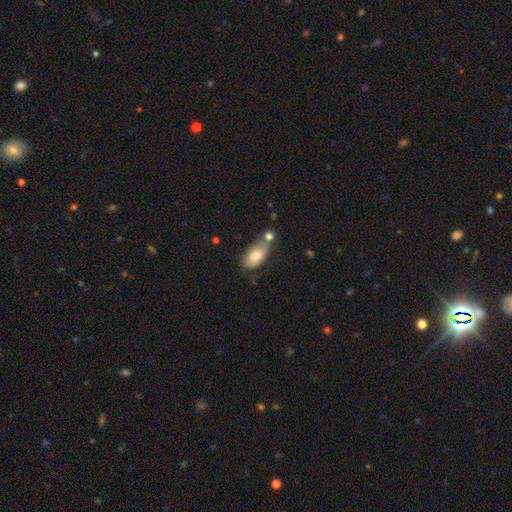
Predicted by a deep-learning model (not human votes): smooth 75%, featured or disk 18%, star or artifact 7%. Down the decision tree: how rounded — in between (90%); merging — none (48%).